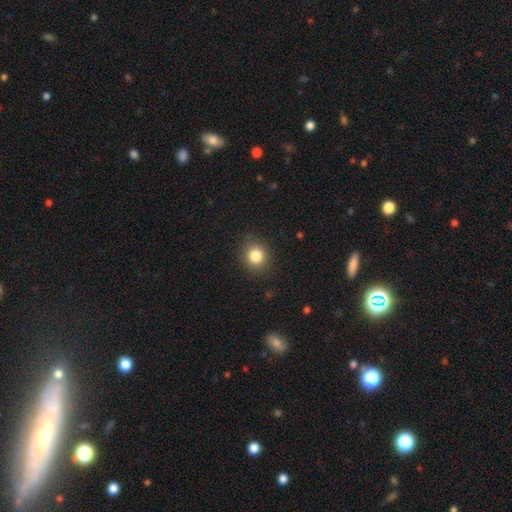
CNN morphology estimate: Q: Smooth or featured?
A: smooth (83%); runner-up: star or artifact (11%)
Q: How rounded?
A: round (78%); runner-up: in between (21%)
Q: Merging?
A: none (87%); runner-up: minor disturbance (9%)